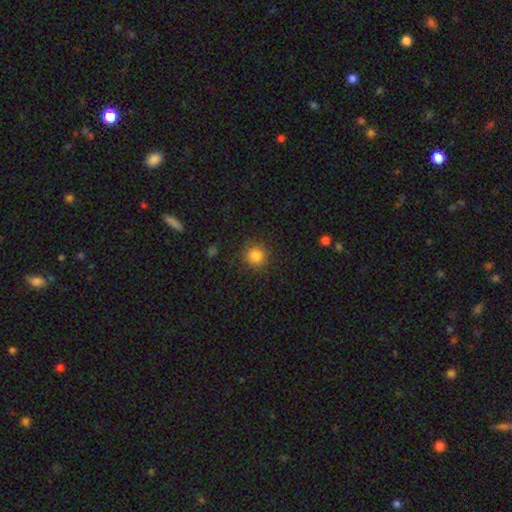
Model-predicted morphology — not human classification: smooth 84%, star or artifact 12%, featured or disk 5%. Down the decision tree: how rounded — round (93%); merging — none (89%).